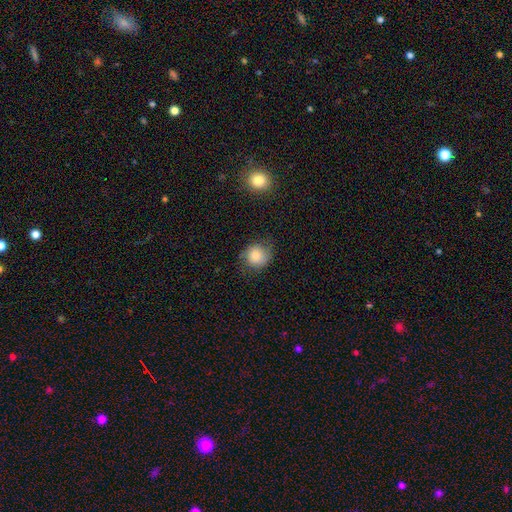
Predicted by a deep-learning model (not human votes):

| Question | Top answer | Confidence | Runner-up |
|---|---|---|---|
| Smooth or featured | smooth | 77% | featured or disk (14%) |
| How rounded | round | 80% | in between (19%) |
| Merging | none | 69% | minor disturbance (22%) |